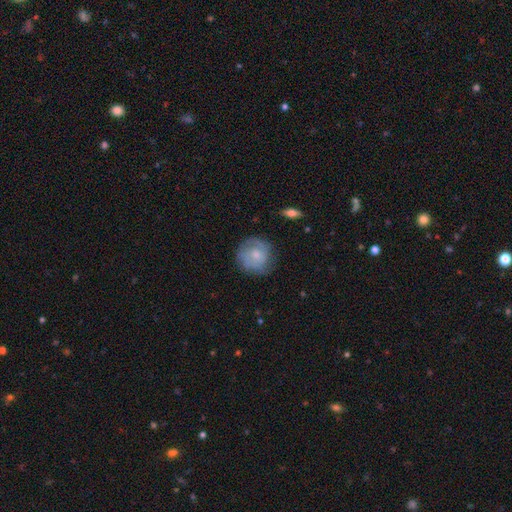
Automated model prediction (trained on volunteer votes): smooth_or_featured: smooth (p=0.50) [alt: featured or disk p=0.43]
how_rounded: round (p=0.90) [alt: in between p=0.09]
merging: none (p=0.73) [alt: minor disturbance p=0.18]